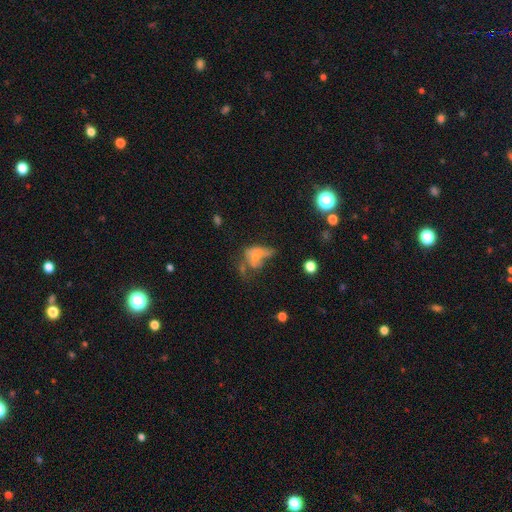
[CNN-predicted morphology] Q: Smooth or featured?
A: smooth (48%); runner-up: featured or disk (36%)
Q: Merging?
A: major disturbance (36%); runner-up: merger (28%)